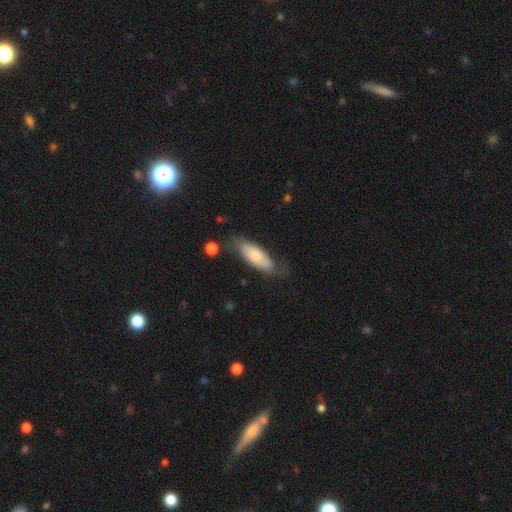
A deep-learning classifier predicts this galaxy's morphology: The model was most divided on "merging": none: 62%, minor disturbance: 26%, major disturbance: 9%, merger: 3%. More confident: how rounded — in between (70%); smooth or featured — smooth (70%).